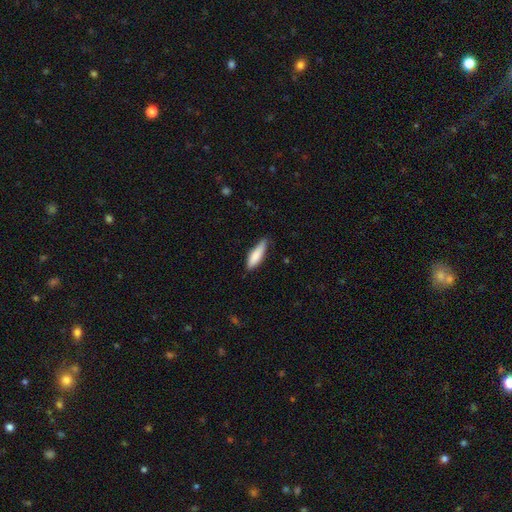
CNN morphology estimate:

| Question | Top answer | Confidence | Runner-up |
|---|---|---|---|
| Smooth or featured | smooth | 81% | featured or disk (13%) |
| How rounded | cigar-shaped | 60% | in between (38%) |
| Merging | none | 70% | minor disturbance (25%) |